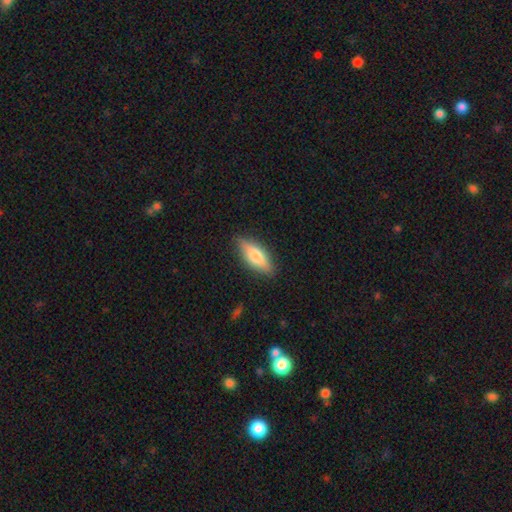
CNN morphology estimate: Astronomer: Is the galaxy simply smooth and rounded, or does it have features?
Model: smooth — 64%.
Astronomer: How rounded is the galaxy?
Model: in between — 61% (runner-up: cigar-shaped, 37%).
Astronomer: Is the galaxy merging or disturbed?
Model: none — 85%.